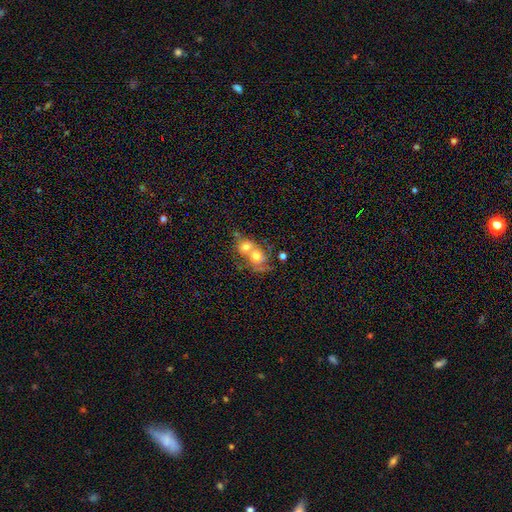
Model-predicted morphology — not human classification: Smooth or featured?
  - smooth: 52% *
  - featured or disk: 38%
  - star or artifact: 10%
How rounded?
  - round: 65% *
  - in between: 33%
  - cigar-shaped: 2%
Merging?
  - merger: 73% *
  - none: 15%
  - major disturbance: 6%
  - minor disturbance: 6%